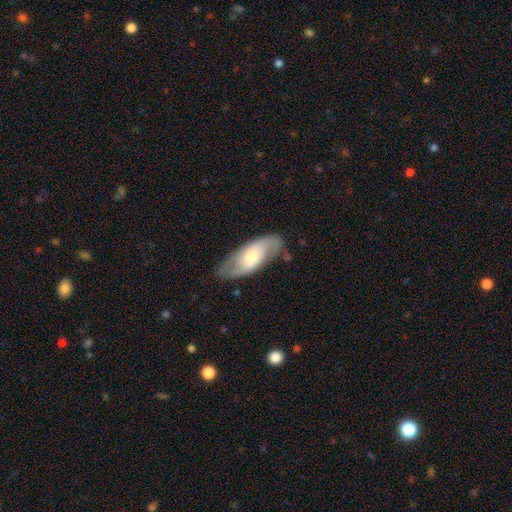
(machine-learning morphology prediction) This is likely a featured or disk galaxy (62%). It is clearly not viewed edge-on (85%). Bar: likely no (61%). Spiral arm pattern: clearly yes (81%). Central bulge: possibly moderate (55%). Merging: likely none (75%).